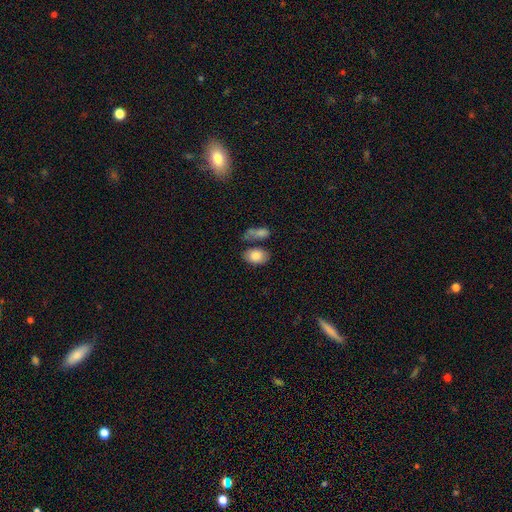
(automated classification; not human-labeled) This appears to be a smooth galaxy with no disk features (82%) that is in between round and cigar-shaped (88%). Merging: none (58%).